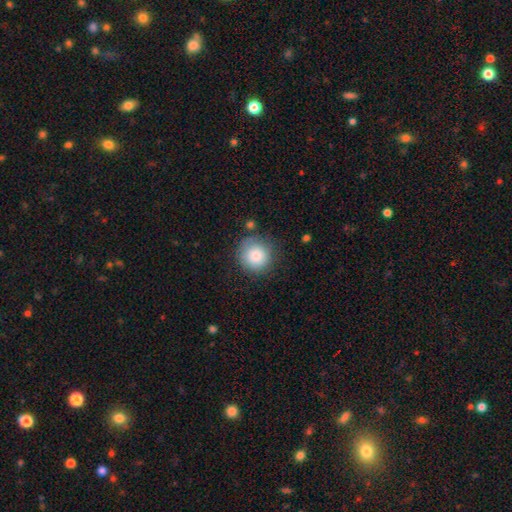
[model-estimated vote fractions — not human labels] This appears to be a smooth galaxy with no disk features (83%) that is round (93%). Merging: none (77%).